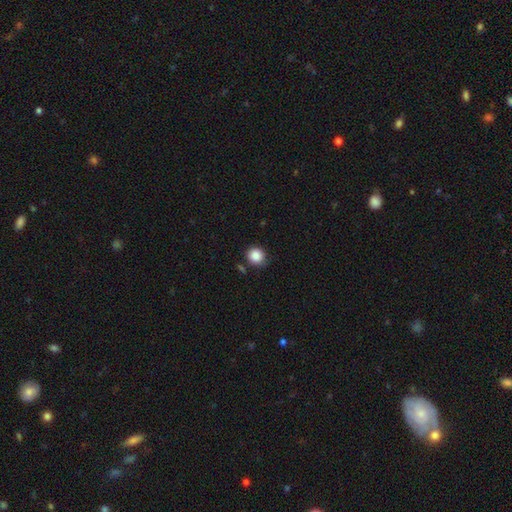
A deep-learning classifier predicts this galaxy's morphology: Smooth or featured? smooth (86%)
How rounded? round (86%)
Merging? none (81%)